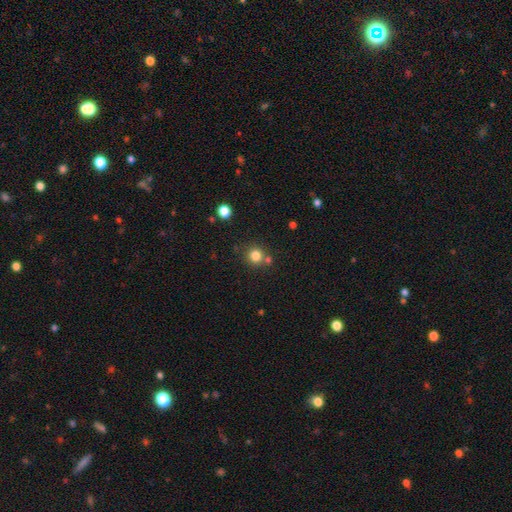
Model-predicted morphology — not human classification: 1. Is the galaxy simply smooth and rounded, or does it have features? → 81% smooth, 13% star or artifact, 6% featured or disk.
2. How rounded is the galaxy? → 91% round, 8% in between, 1% cigar-shaped.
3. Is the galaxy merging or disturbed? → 72% none, 17% merger, 8% minor disturbance, 3% major disturbance.